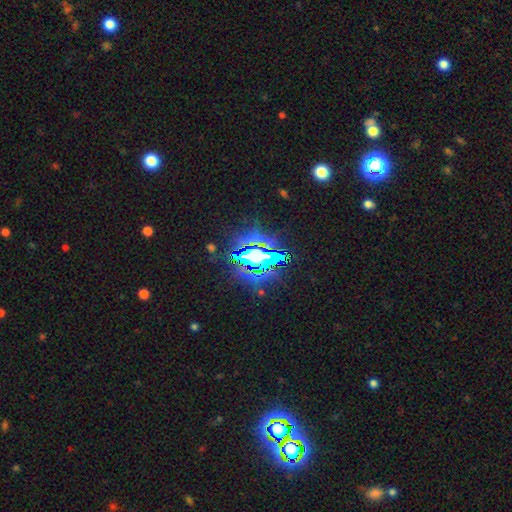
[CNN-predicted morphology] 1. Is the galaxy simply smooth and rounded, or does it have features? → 69% star or artifact, 17% smooth, 15% featured or disk.